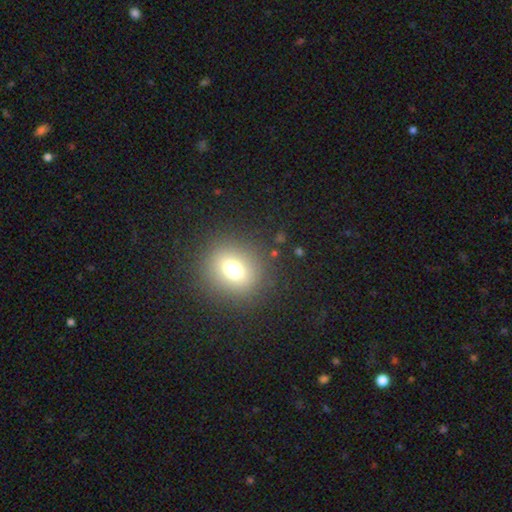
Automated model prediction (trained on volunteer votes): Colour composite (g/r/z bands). It shows a smooth galaxy with no disk features (66%) that is round (69%). Merging: none (90%).